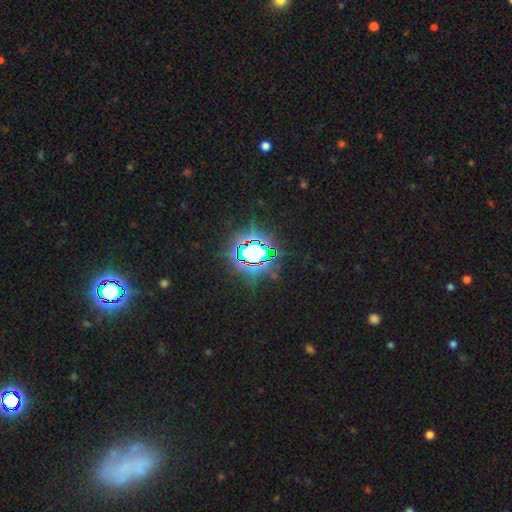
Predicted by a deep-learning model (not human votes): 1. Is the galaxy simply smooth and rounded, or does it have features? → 78% star or artifact, 12% smooth, 9% featured or disk.